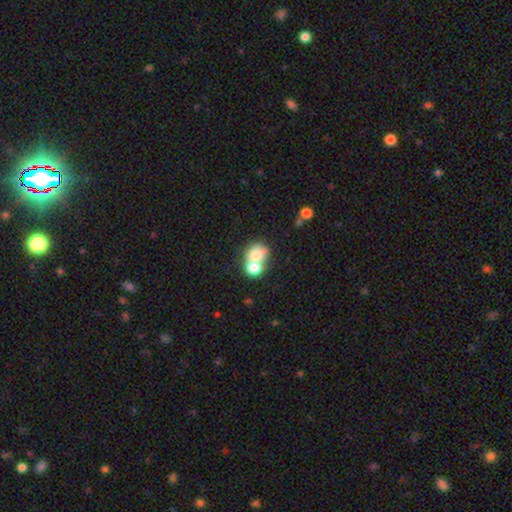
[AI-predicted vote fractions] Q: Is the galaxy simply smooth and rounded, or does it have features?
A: smooth — 72%.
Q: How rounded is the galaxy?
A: round — 65%.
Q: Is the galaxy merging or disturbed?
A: merger — 62%.